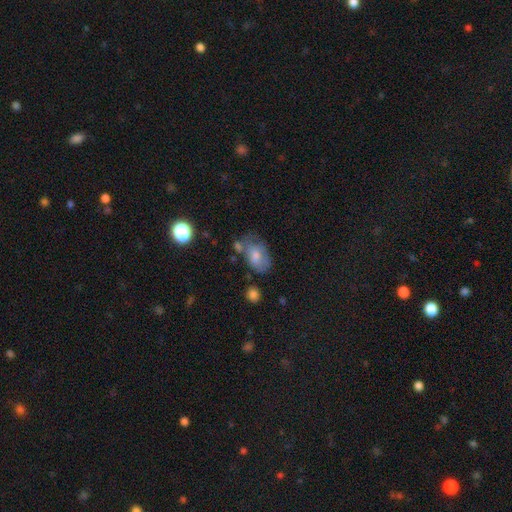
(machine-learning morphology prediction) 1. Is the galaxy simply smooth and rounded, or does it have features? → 67% smooth, 25% featured or disk, 8% star or artifact.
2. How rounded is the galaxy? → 86% in between, 12% round, 2% cigar-shaped.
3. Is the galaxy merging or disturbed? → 41% none, 29% minor disturbance, 15% major disturbance, 14% merger.